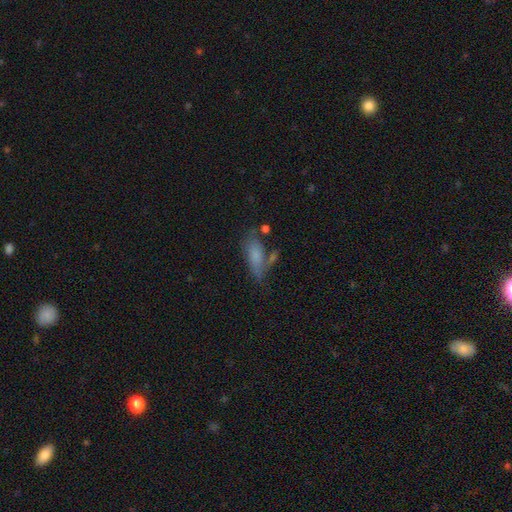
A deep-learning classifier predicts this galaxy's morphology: This is likely a smooth galaxy (72%). How rounded: likely in between (65%). Merging: possibly none (51%).